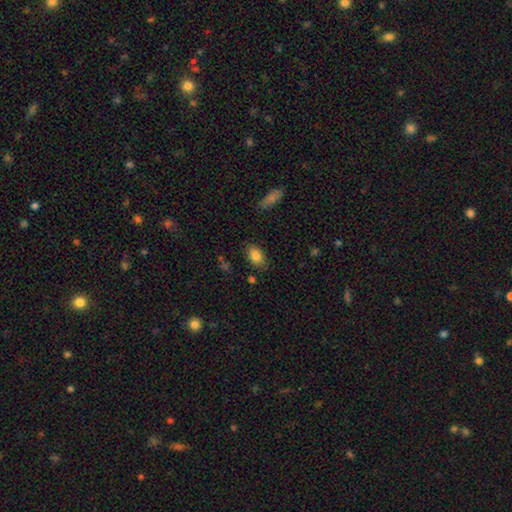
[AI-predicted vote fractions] Smooth or featured? Predicted: smooth (p=0.84). How rounded? Predicted: in between (p=0.89). Merging? Predicted: none (p=0.81).